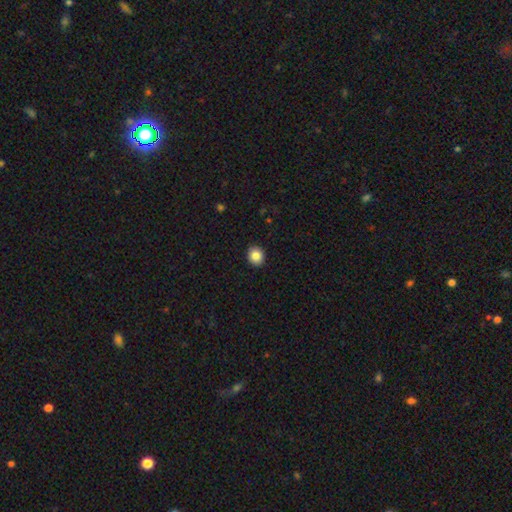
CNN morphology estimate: A smooth galaxy with no disk features (86%) that is round (78%).

Vote fractions:
- Smooth or featured? smooth: 86% / star or artifact: 9% / featured or disk: 5%
- How rounded? round: 78% / in between: 21% / cigar-shaped: 1%
- Merging? none: 92% / minor disturbance: 5% / major disturbance: 2% / merger: 1%